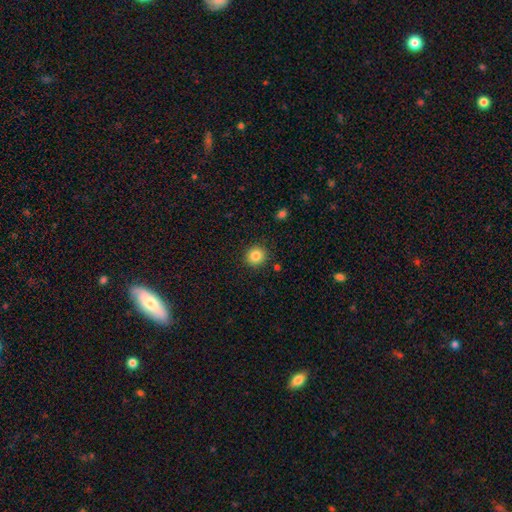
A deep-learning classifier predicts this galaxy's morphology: type=smooth (84%); roundness=round (90%); merging=none (90%).